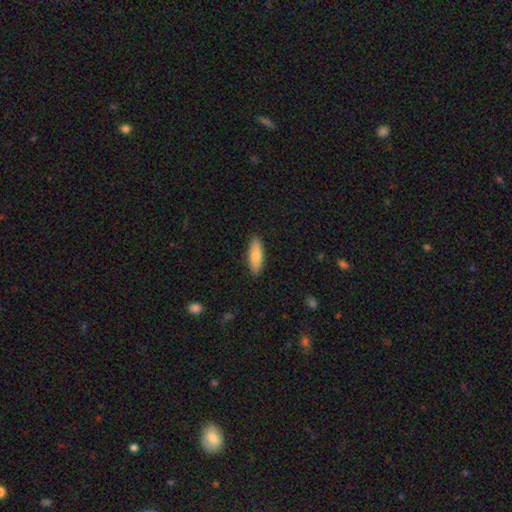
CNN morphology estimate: Overall: smooth (82%). How rounded: in between (59%; cigar-shaped 39%). Merging: none (89%).